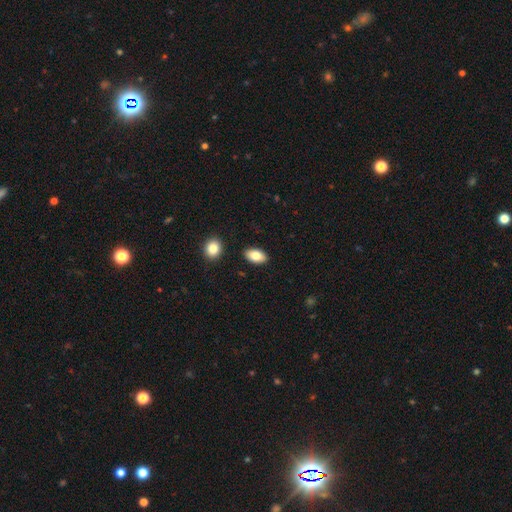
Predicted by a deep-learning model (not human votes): smooth_or_featured: smooth (p=0.82) [alt: featured or disk p=0.11]
how_rounded: in between (p=0.92) [alt: round p=0.06]
merging: none (p=0.88) [alt: minor disturbance p=0.08]